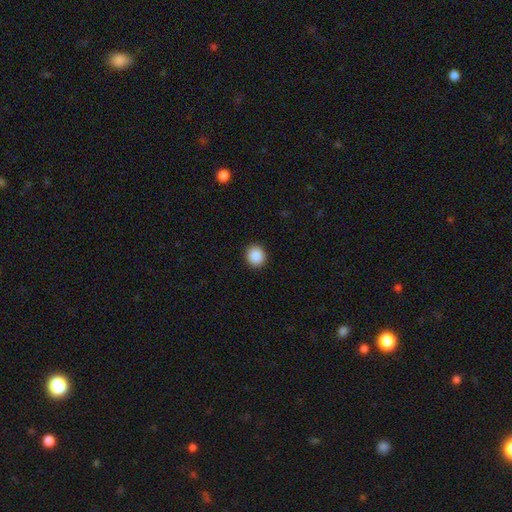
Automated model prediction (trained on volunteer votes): Overall: smooth (90%). How rounded: round (88%). Merging: none (92%).